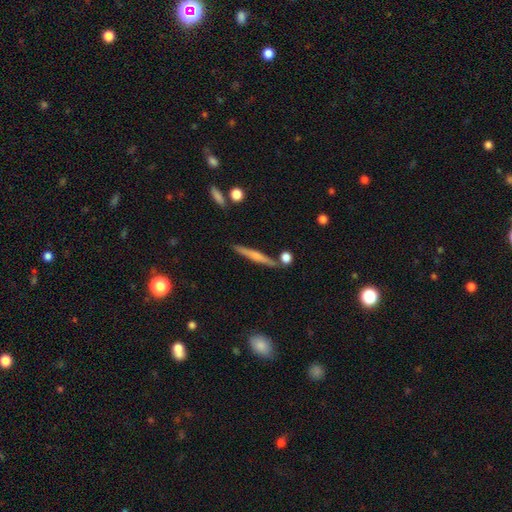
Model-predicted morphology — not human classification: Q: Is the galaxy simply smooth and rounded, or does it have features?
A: featured or disk — 50%.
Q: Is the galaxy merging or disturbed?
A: none — 83%.